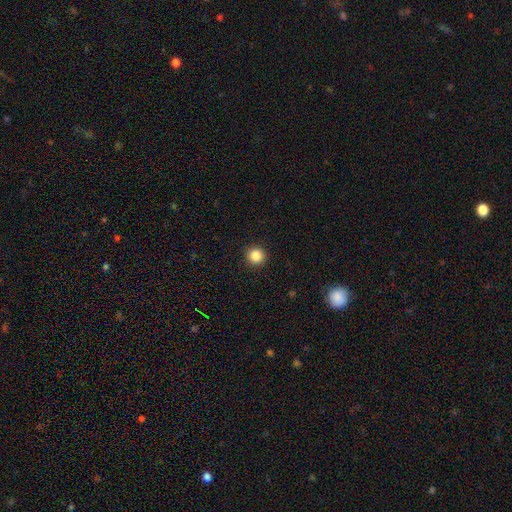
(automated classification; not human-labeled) A smooth galaxy with no disk features (86%) that is round (95%).

Vote fractions:
- Smooth or featured? smooth: 86% / star or artifact: 11% / featured or disk: 4%
- How rounded? round: 95% / in between: 4% / cigar-shaped: 1%
- Merging? none: 93% / minor disturbance: 4% / major disturbance: 2% / merger: 1%